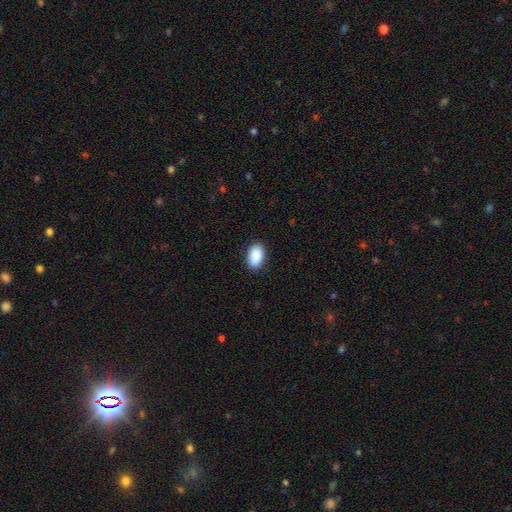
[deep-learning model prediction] This is clearly a smooth galaxy (91%). How rounded: clearly in between (93%). Merging: clearly none (88%).